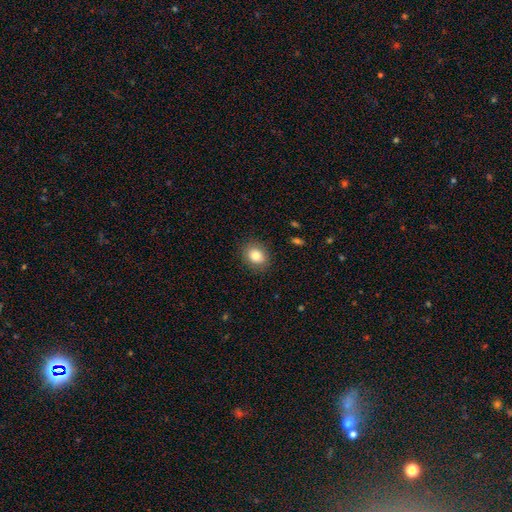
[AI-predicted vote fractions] The model was most divided on "how rounded": round: 54%, in between: 45%, cigar-shaped: 1%. More confident: merging — none (88%); smooth or featured — smooth (82%).